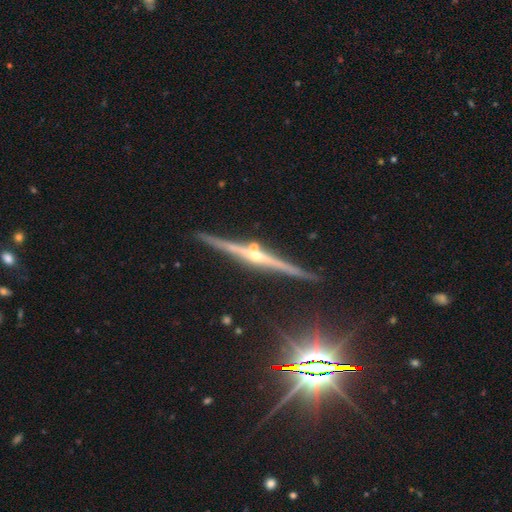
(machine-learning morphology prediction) Smooth or featured? featured or disk (80%)
Edge-on disk? yes (98%)
Edge-on bulge? rounded (80%)
Merging? none (85%)